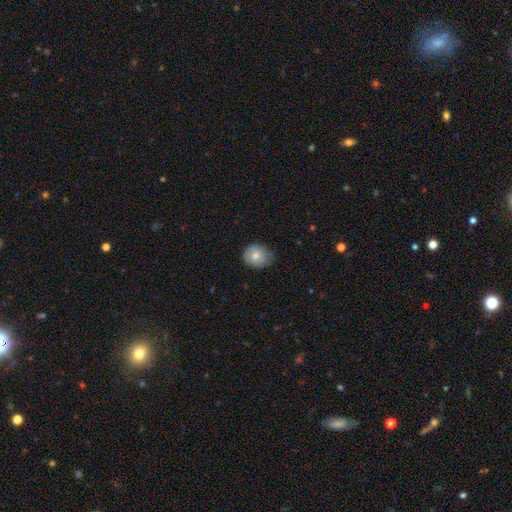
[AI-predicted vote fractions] A smooth galaxy with no disk features (78%) that is round (66%). Merging: none (70%).